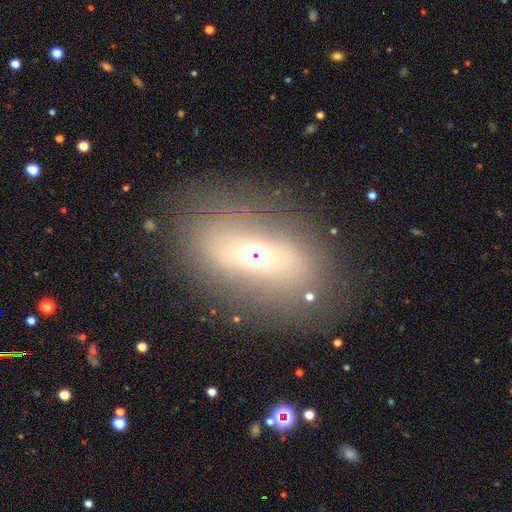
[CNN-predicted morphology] smooth 48%, featured or disk 29%, star or artifact 23%. Down the decision tree: merging — none (72%).